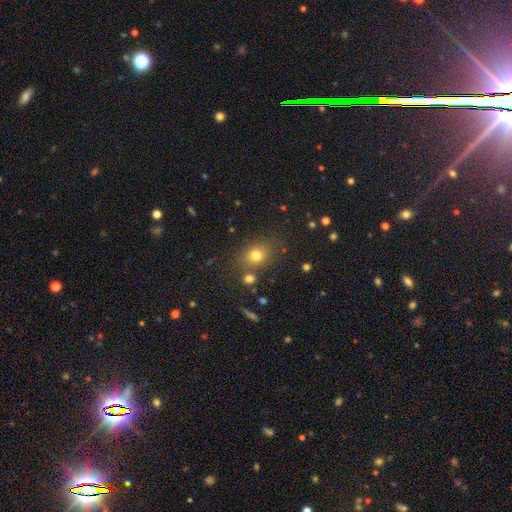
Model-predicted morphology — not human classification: Overall: smooth (75%). How rounded: round (54%; in between 45%). Merging: none (74%).